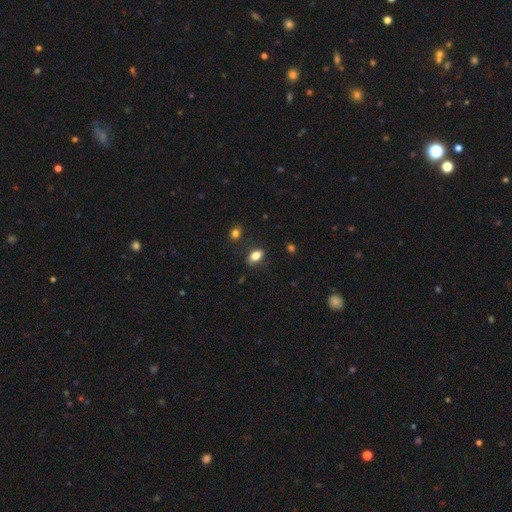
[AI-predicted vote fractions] This is clearly a smooth galaxy (82%). How rounded: clearly in between (86%). Merging: likely none (79%).